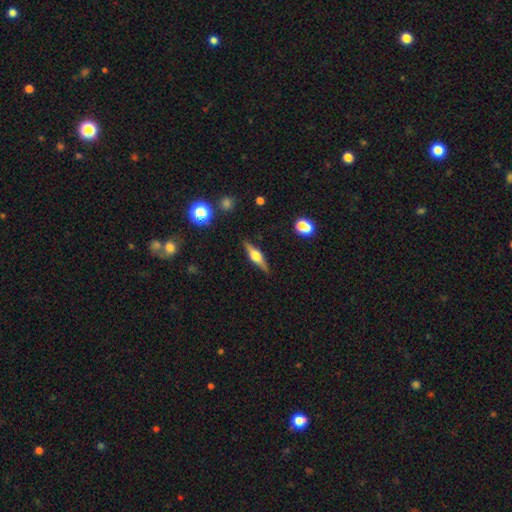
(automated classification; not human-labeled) A featured or disk galaxy (71%) viewed edge-on (97%) with a rounded central bulge (91%).

Vote fractions:
- Smooth or featured? featured or disk: 71% / smooth: 22% / star or artifact: 7%
- Edge-on disk? yes: 97% / no: 3%
- Edge-on bulge? rounded: 91% / boxy: 8% / none: 2%
- Merging? none: 88% / minor disturbance: 9% / major disturbance: 2% / merger: 1%